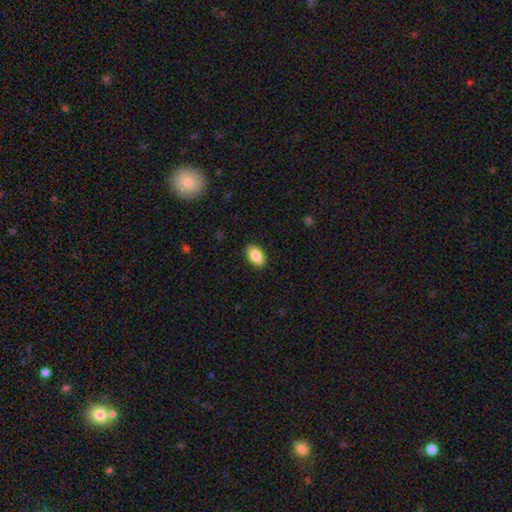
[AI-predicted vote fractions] A smooth galaxy with no disk features (87%) that is in between round and cigar-shaped (94%).

Vote fractions:
- Smooth or featured? smooth: 87% / star or artifact: 7% / featured or disk: 6%
- How rounded? in between: 94% / round: 4% / cigar-shaped: 2%
- Merging? none: 90% / minor disturbance: 7% / major disturbance: 2% / merger: 1%